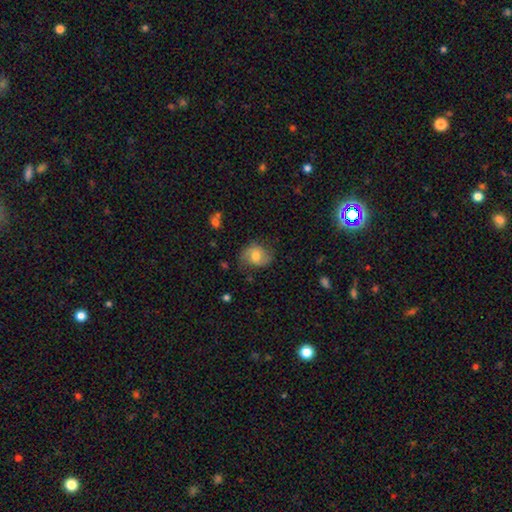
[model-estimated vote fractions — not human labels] featured or disk 47%, smooth 44%, star or artifact 8%. Down the decision tree: merging — none (65%).